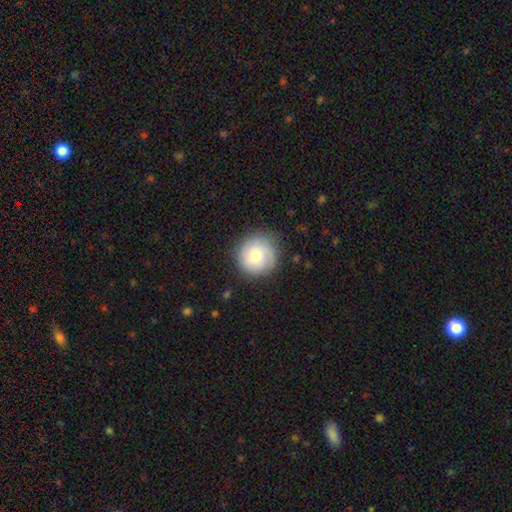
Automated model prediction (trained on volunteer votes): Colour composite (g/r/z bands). It shows a smooth galaxy with no disk features (61%) that is round (93%). Merging: none (81%).